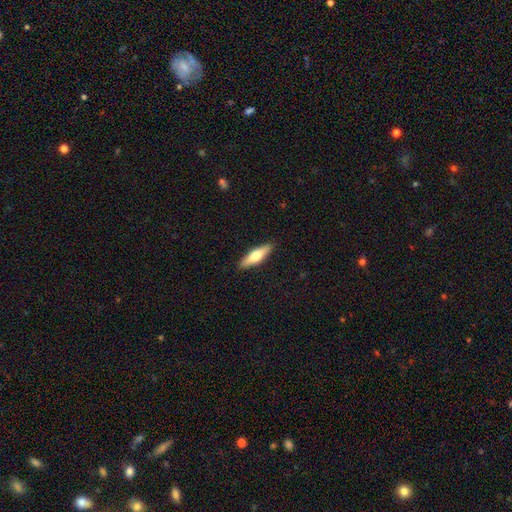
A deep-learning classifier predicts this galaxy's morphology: smooth_or_featured: smooth (p=0.58) [alt: featured or disk p=0.37]
how_rounded: cigar-shaped (p=0.63) [alt: in between p=0.35]
merging: none (p=0.90) [alt: minor disturbance p=0.07]